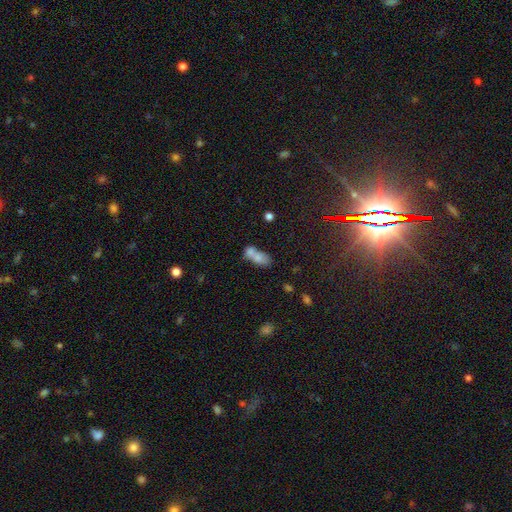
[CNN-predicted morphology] smooth 73%, featured or disk 17%, star or artifact 10%. Down the decision tree: how rounded — in between (79%); merging — merger (62%).